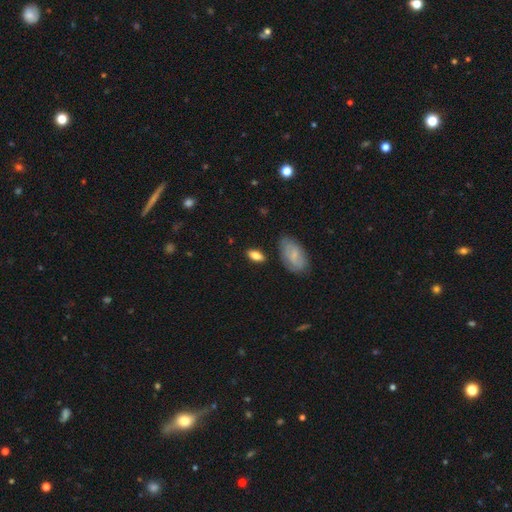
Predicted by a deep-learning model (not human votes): Smooth or featured?
  - smooth: 78% *
  - featured or disk: 15%
  - star or artifact: 7%
How rounded?
  - in between: 86% *
  - cigar-shaped: 9%
  - round: 5%
Merging?
  - none: 79% *
  - minor disturbance: 14%
  - major disturbance: 3%
  - merger: 3%